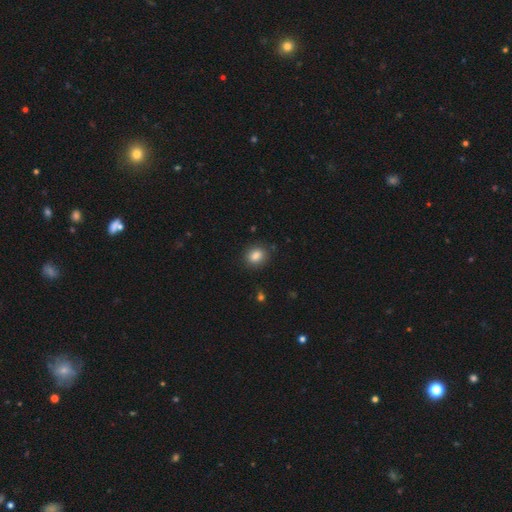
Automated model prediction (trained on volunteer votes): smooth 86%, star or artifact 9%, featured or disk 5%. Down the decision tree: how rounded — round (54%); merging — none (85%).